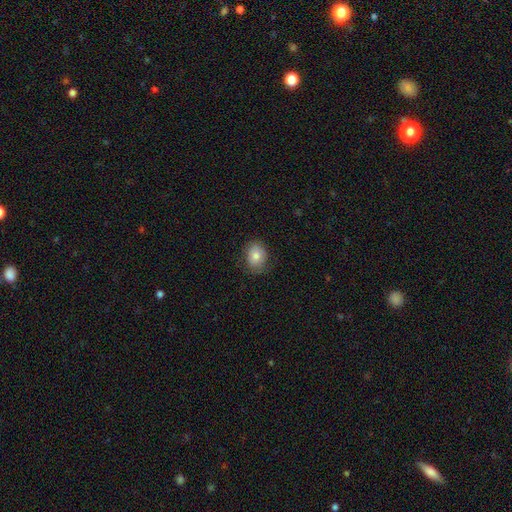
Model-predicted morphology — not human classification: Overall: smooth (79%). How rounded: in between (54%; round 45%). Merging: none (75%).